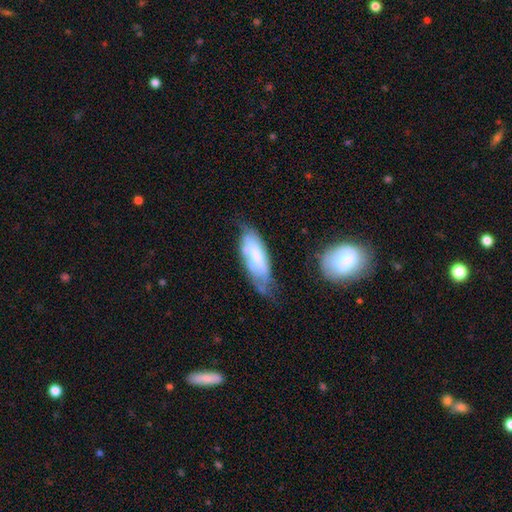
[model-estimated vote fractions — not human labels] Smooth or featured? featured or disk (55%)
Edge-on disk? no (79%)
Merging? none (44%)